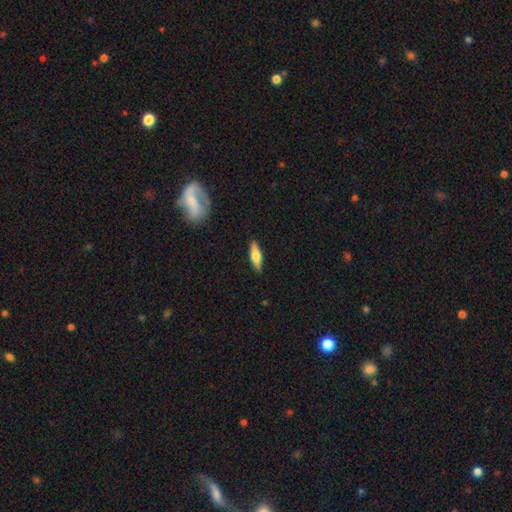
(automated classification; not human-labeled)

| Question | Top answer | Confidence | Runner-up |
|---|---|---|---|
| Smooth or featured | smooth | 61% | featured or disk (33%) |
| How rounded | cigar-shaped | 55% | in between (43%) |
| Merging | none | 88% | minor disturbance (9%) |